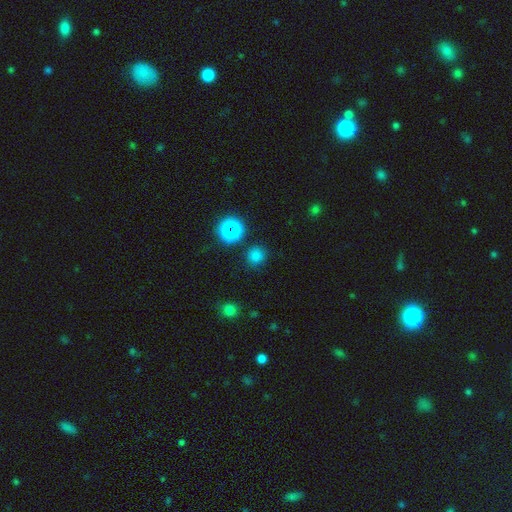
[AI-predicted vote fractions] smooth-or-featured: smooth: 76% | star or artifact: 20% | featured or disk: 4%
  how-rounded: round: 88% | in between: 11% | cigar-shaped: 1%
  merging: none: 85% | minor disturbance: 9% | major disturbance: 3% | merger: 3%